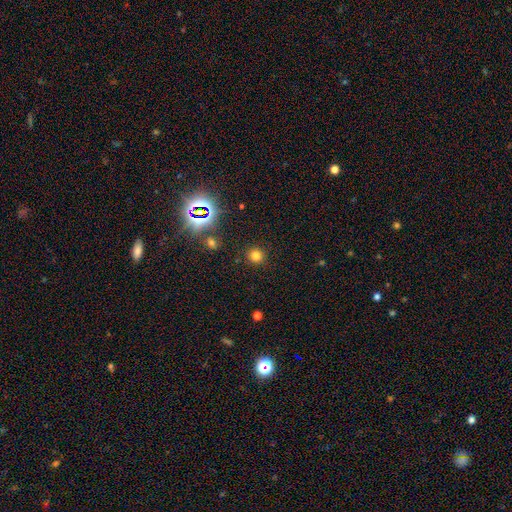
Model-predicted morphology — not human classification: Smooth or featured?
  - smooth: 76% *
  - star or artifact: 19%
  - featured or disk: 5%
How rounded?
  - round: 91% *
  - in between: 8%
  - cigar-shaped: 1%
Merging?
  - none: 90% *
  - minor disturbance: 6%
  - major disturbance: 3%
  - merger: 2%